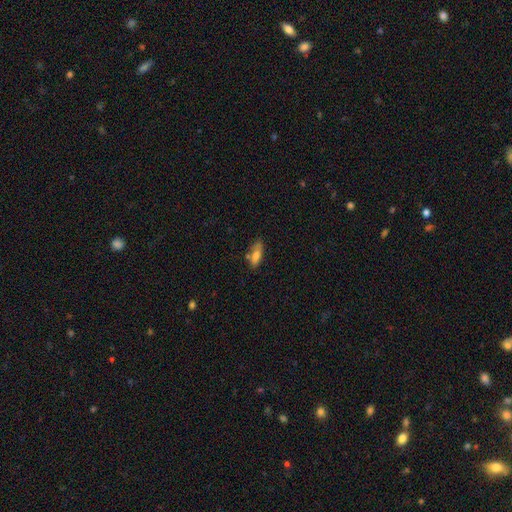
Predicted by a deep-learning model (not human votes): Overall: smooth (75%). How rounded: in between (66%; cigar-shaped 31%). Merging: none (63%).